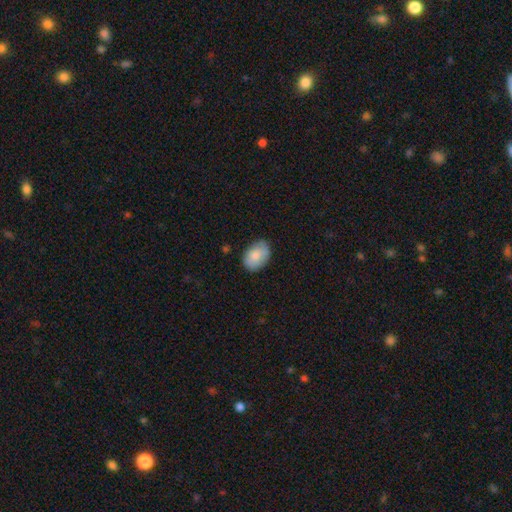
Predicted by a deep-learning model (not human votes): Q: Smooth or featured?
A: smooth (82%); runner-up: featured or disk (11%)
Q: How rounded?
A: in between (83%); runner-up: round (16%)
Q: Merging?
A: none (79%); runner-up: minor disturbance (17%)